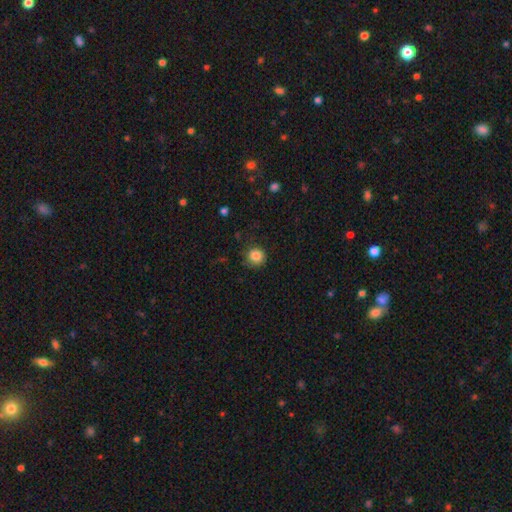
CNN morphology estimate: type=smooth (85%); roundness=round (91%); merging=none (79%).